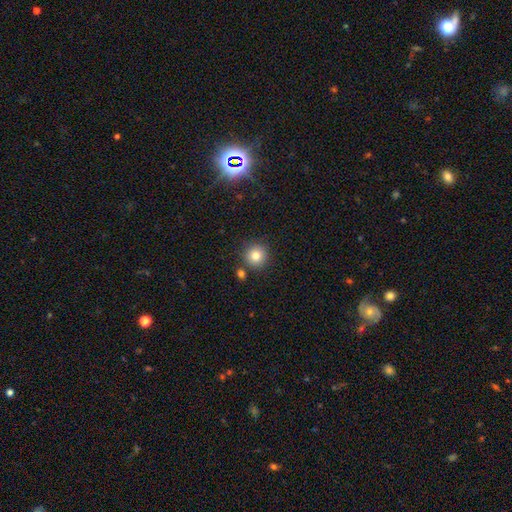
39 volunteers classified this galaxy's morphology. Smooth or featured: smooth — 87% (star or artifact — 8%)
How rounded: round — 85% (in between — 15%)
Merging: none — 81% (merger — 8%)